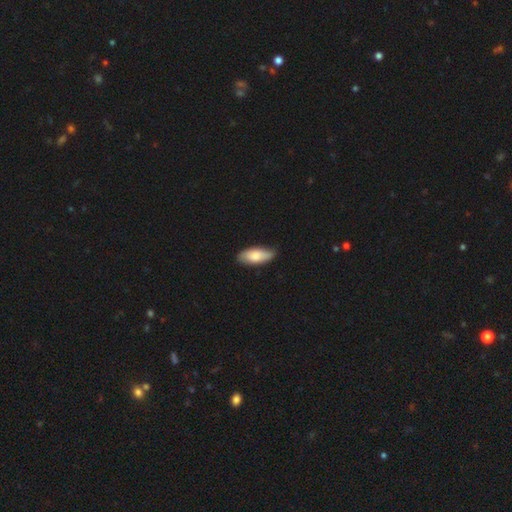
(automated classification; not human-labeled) A smooth galaxy with no disk features (81%) that is in between round and cigar-shaped (81%). Merging: none (83%).